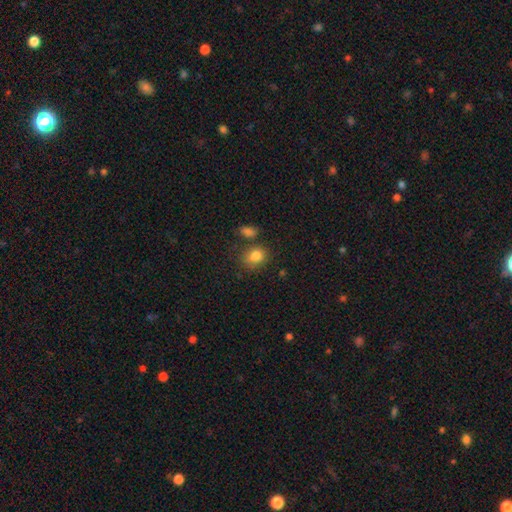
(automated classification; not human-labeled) smooth_or_featured: smooth (p=0.83) [alt: star or artifact p=0.10]
how_rounded: in between (p=0.57) [alt: round p=0.42]
merging: none (p=0.63) [alt: minor disturbance p=0.19]